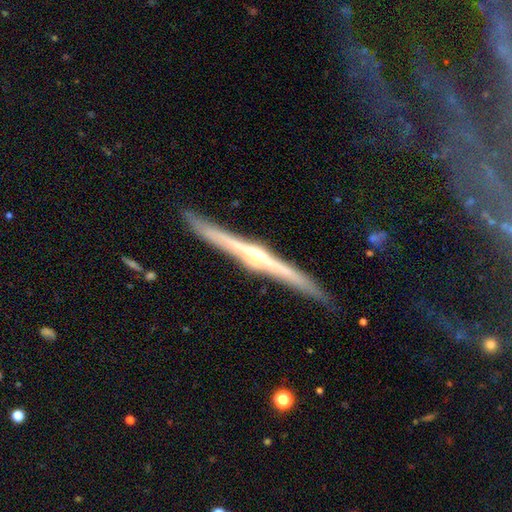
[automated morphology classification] This is clearly a featured or disk galaxy (83%). It is clearly viewed edge-on (98%). Edge-on bulge: clearly rounded (84%). Merging: clearly none (89%).